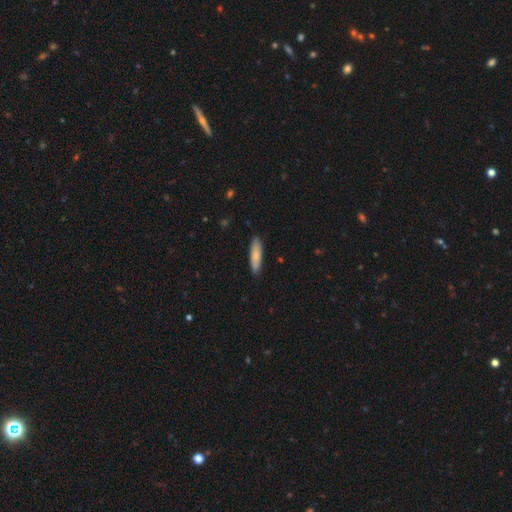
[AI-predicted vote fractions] This appears to be a smooth galaxy with no disk features (80%) that is cigar-shaped (68%). Merging: none (85%).